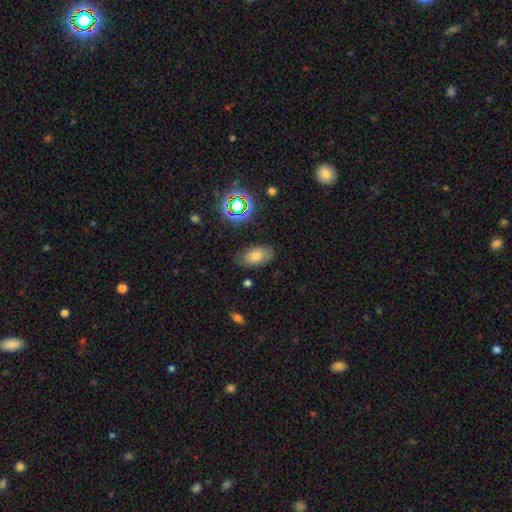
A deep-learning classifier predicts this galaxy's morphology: Smooth or featured?
  - smooth: 75% *
  - star or artifact: 14%
  - featured or disk: 11%
How rounded?
  - in between: 92% *
  - round: 6%
  - cigar-shaped: 2%
Merging?
  - none: 81% *
  - minor disturbance: 14%
  - major disturbance: 4%
  - merger: 2%